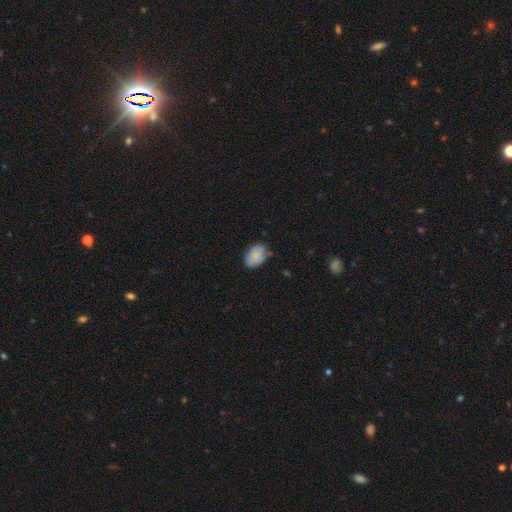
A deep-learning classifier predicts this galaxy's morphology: A smooth galaxy with no disk features (80%) that is in between round and cigar-shaped (83%). Merging: none (65%).